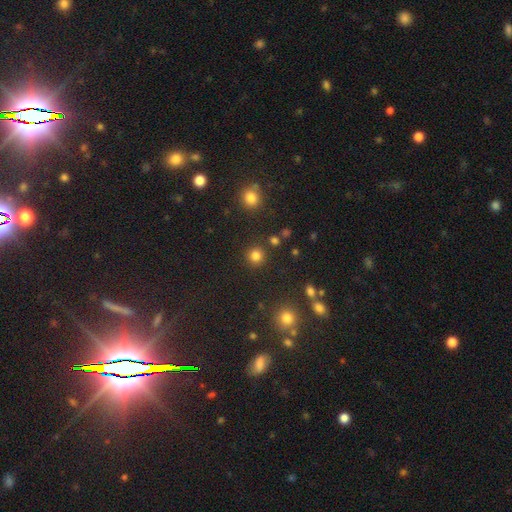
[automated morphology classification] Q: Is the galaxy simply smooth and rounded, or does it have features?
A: smooth — 81%.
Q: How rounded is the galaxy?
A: round — 93%.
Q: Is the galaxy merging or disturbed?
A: none — 88%.